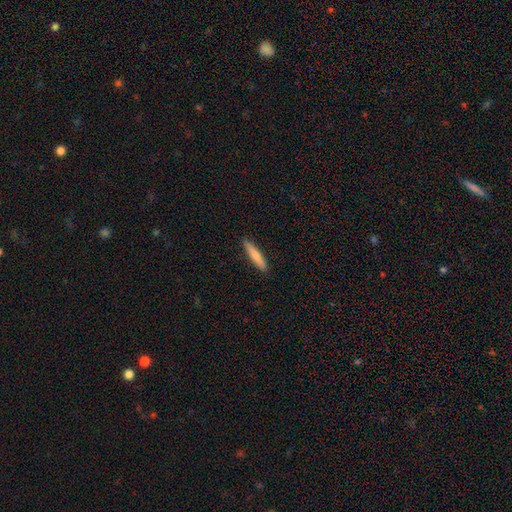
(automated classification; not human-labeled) Morphology: type=smooth (73%); roundness=cigar-shaped (91%); merging=none (91%).